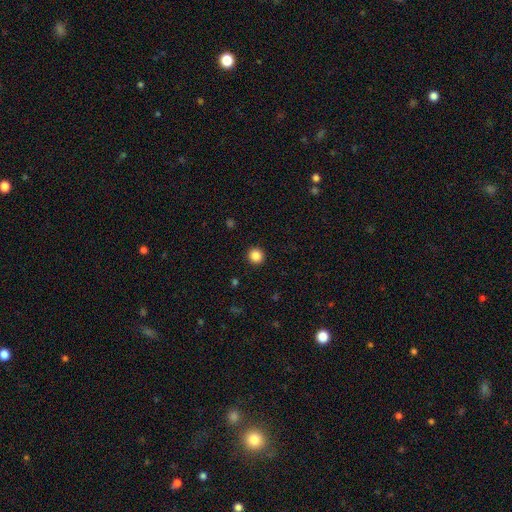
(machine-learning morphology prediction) type=smooth (86%); roundness=round (94%); merging=none (93%).